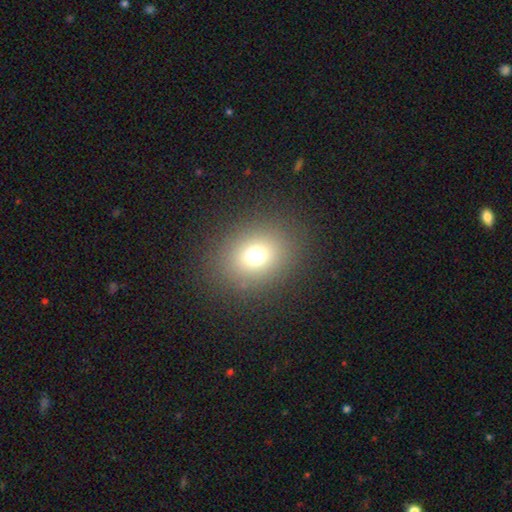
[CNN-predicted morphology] This is likely a smooth galaxy (69%). How rounded: likely round (66%). Merging: clearly none (86%).